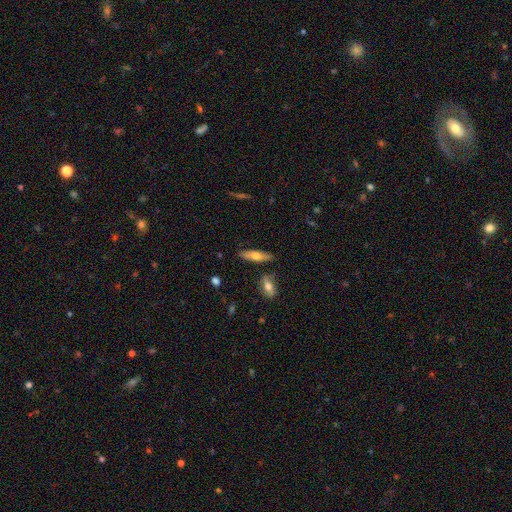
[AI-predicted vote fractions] Overall: smooth (62%; featured or disk 32%). How rounded: cigar-shaped (59%; in between 39%). Merging: none (80%).